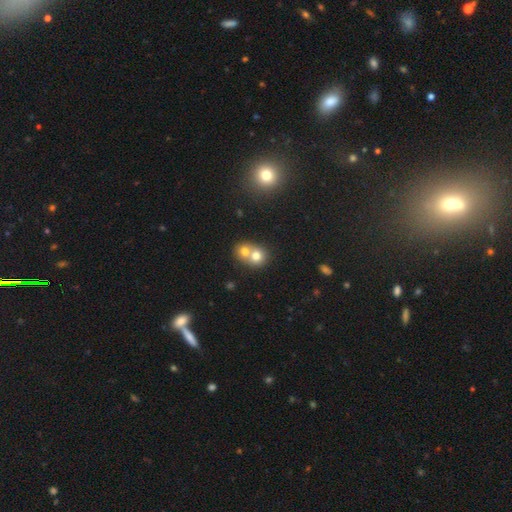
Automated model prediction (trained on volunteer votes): A smooth galaxy with no disk features (71%) that is round (72%).

Vote fractions:
- Smooth or featured? smooth: 71% / featured or disk: 19% / star or artifact: 10%
- How rounded? round: 72% / in between: 27% / cigar-shaped: 1%
- Merging? merger: 71% / none: 23% / minor disturbance: 4% / major disturbance: 2%